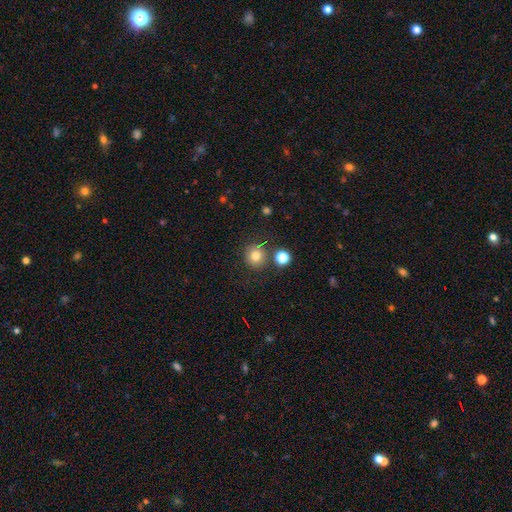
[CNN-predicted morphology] type=smooth (79%); roundness=round (92%); merging=none (79%).